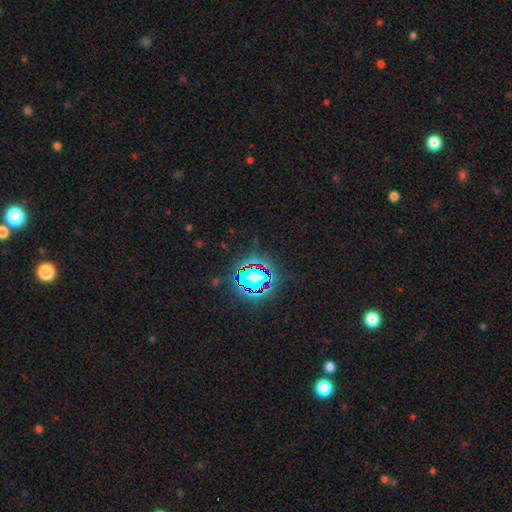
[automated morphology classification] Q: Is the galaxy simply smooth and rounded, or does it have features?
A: star or artifact — 81%.